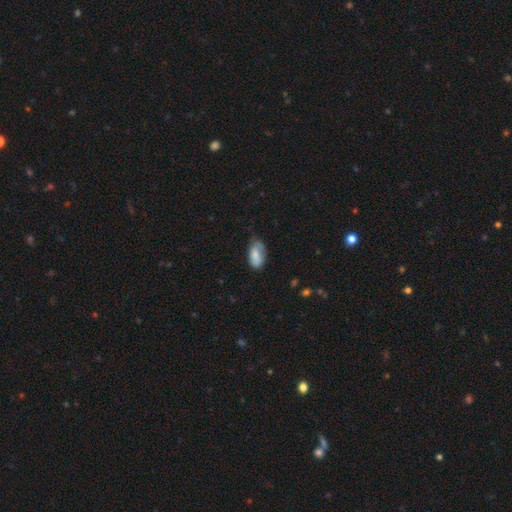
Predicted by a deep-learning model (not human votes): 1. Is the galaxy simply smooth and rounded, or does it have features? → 77% smooth, 16% featured or disk, 7% star or artifact.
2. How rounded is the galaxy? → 92% in between, 4% cigar-shaped, 4% round.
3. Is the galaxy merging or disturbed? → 50% none, 38% minor disturbance, 10% major disturbance, 2% merger.